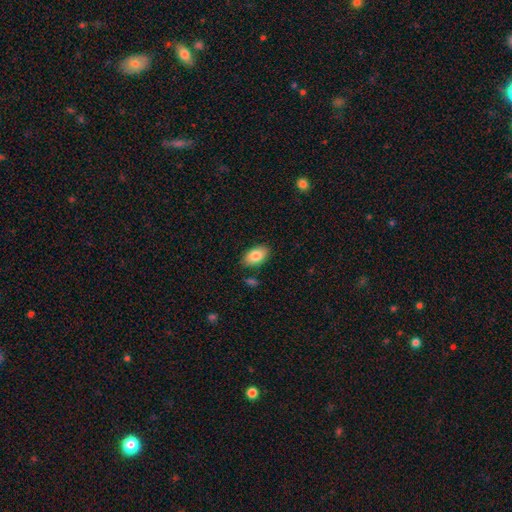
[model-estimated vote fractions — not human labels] This is clearly a smooth galaxy (83%). How rounded: clearly in between (93%). Merging: clearly none (84%).